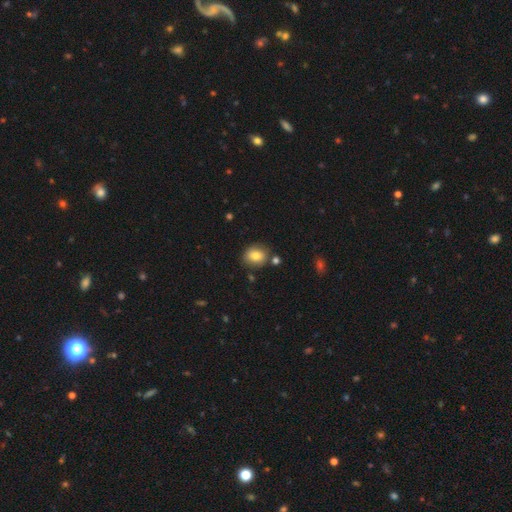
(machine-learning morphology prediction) The model was most divided on "how rounded": round: 65%, in between: 34%, cigar-shaped: 1%. More confident: smooth or featured — smooth (79%); merging — none (78%).